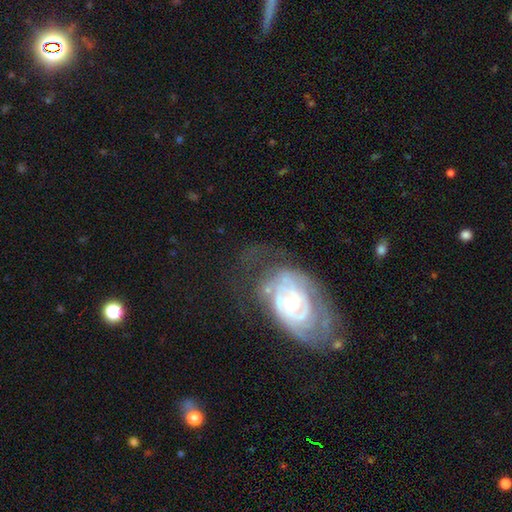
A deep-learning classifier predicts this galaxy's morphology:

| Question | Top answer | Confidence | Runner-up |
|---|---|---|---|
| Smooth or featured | featured or disk | 74% | smooth (16%) |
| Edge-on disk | no | 94% | yes (6%) |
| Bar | no | 64% | weak (27%) |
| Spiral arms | yes | 77% | no (23%) |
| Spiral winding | tight | 63% | medium (26%) |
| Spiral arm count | can't tell | 53% | 2 (26%) |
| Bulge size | small | 53% | moderate (40%) |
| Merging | none | 54% | minor disturbance (22%) |